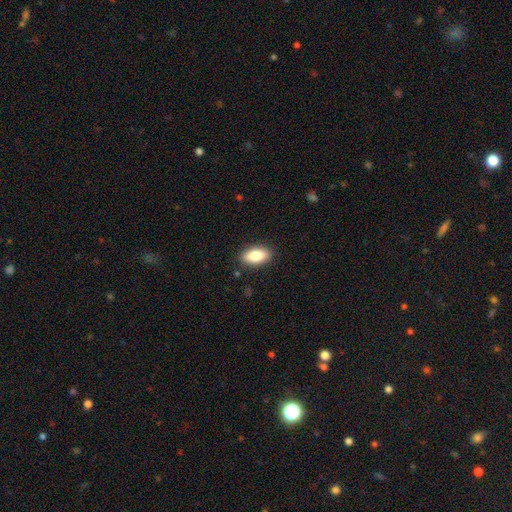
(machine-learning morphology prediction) Smooth or featured: smooth — 82% (featured or disk — 12%)
How rounded: in between — 88% (cigar-shaped — 8%)
Merging: none — 88% (minor disturbance — 9%)